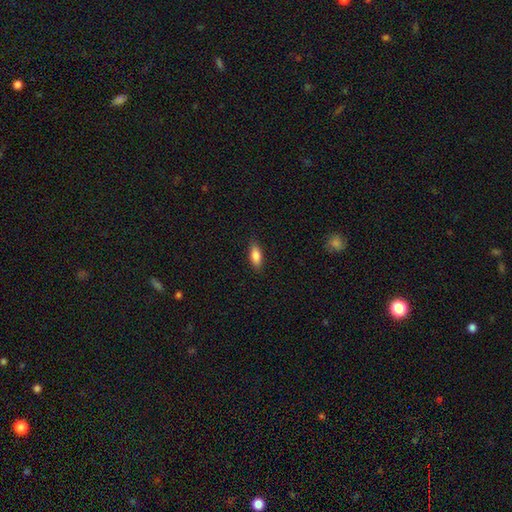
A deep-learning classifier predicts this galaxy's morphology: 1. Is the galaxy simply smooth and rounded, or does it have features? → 84% smooth, 9% featured or disk, 7% star or artifact.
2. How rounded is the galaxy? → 78% in between, 19% cigar-shaped, 3% round.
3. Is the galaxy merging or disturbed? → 86% none, 11% minor disturbance, 2% major disturbance, 1% merger.